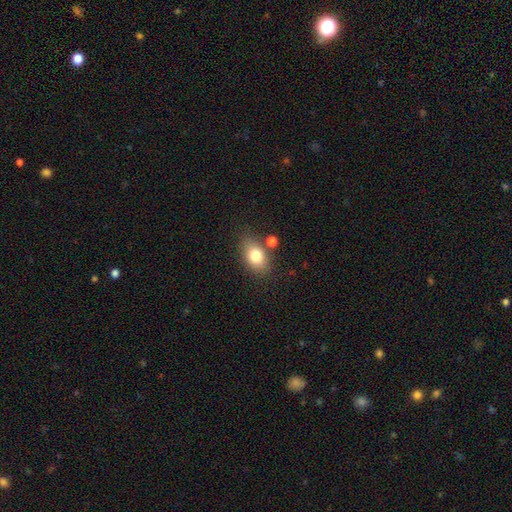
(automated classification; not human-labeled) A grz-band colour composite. It shows a smooth galaxy with no disk features (79%) that is in between round and cigar-shaped (79%). Merging: none (74%).